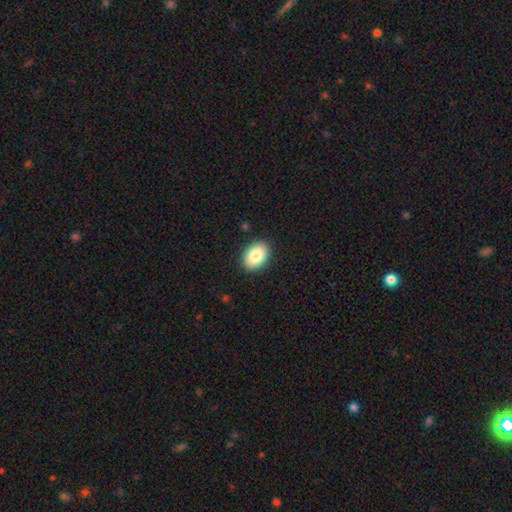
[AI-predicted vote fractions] Overall: smooth (85%). How rounded: in between (83%). Merging: none (89%).